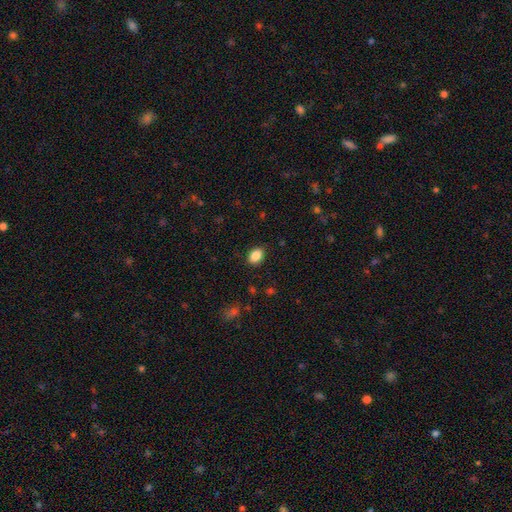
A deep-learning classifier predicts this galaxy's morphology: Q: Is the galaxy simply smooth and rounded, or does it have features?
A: smooth — 87%.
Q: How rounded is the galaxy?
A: in between — 75%.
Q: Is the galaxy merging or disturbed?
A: none — 87%.